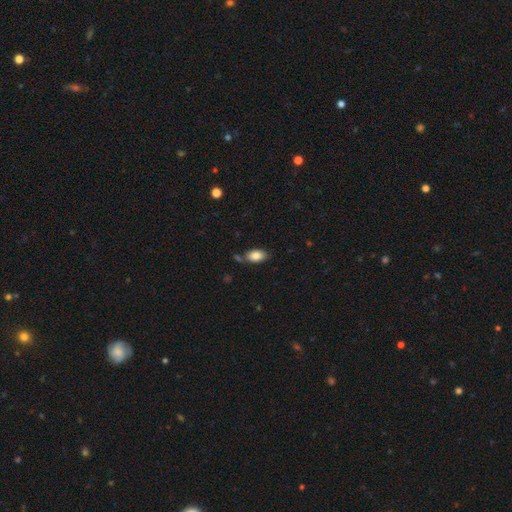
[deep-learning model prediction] Morphology: type=smooth (84%); roundness=in between (92%); merging=none (72%).